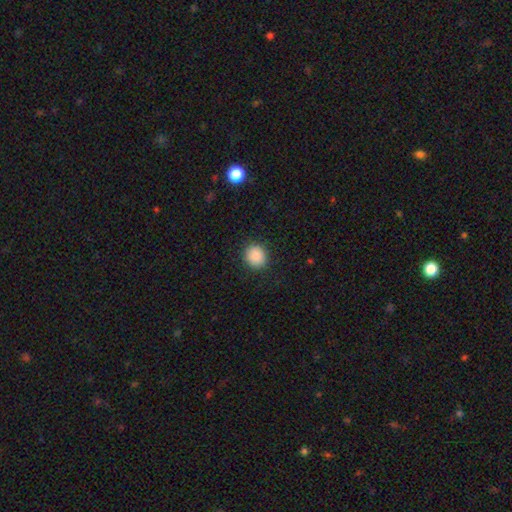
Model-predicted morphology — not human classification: smooth-or-featured: smooth: 89% | star or artifact: 8% | featured or disk: 3%
  how-rounded: round: 81% | in between: 18% | cigar-shaped: 1%
  merging: none: 90% | minor disturbance: 6% | major disturbance: 2% | merger: 1%